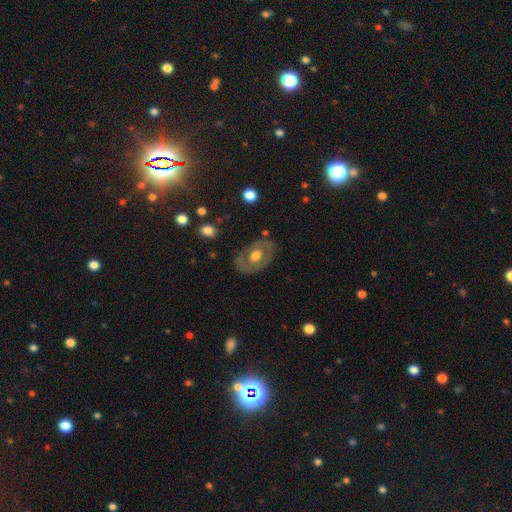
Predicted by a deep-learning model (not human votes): A featured or disk galaxy (55%) with no bar (85%), no spiral arms (84%) and a moderate central bulge (57%). Merging: none (76%).